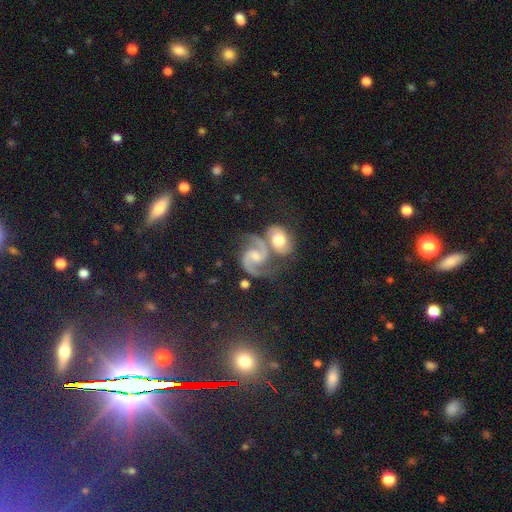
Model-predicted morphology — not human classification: Smooth or featured?
  - star or artifact: 48% *
  - smooth: 28%
  - featured or disk: 25%